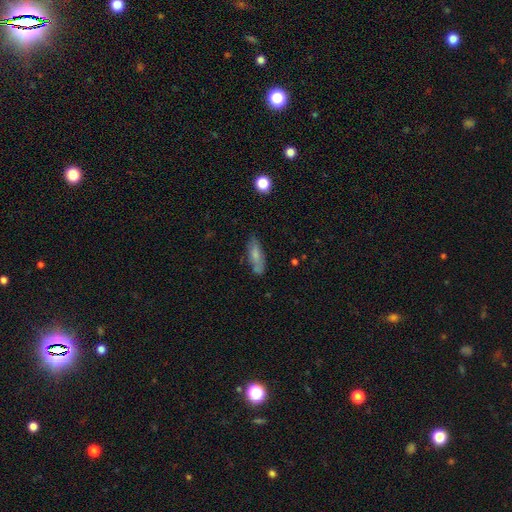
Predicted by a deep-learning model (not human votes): Q: Smooth or featured?
A: smooth (68%); runner-up: featured or disk (24%)
Q: How rounded?
A: in between (64%); runner-up: cigar-shaped (34%)
Q: Merging?
A: none (72%); runner-up: minor disturbance (19%)